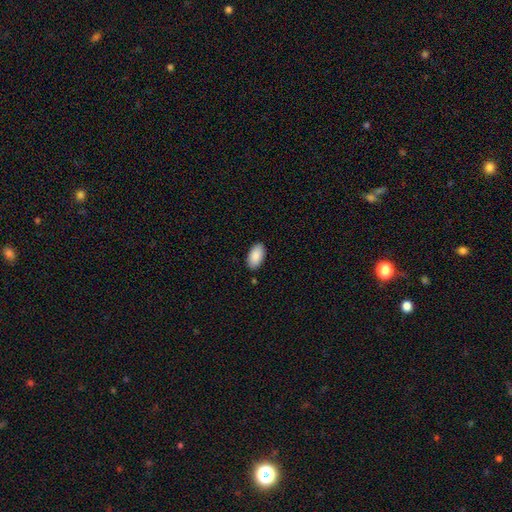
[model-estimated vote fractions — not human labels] smooth_or_featured: smooth (p=0.89) [alt: star or artifact p=0.06]
how_rounded: in between (p=0.95) [alt: round p=0.03]
merging: none (p=0.88) [alt: minor disturbance p=0.09]